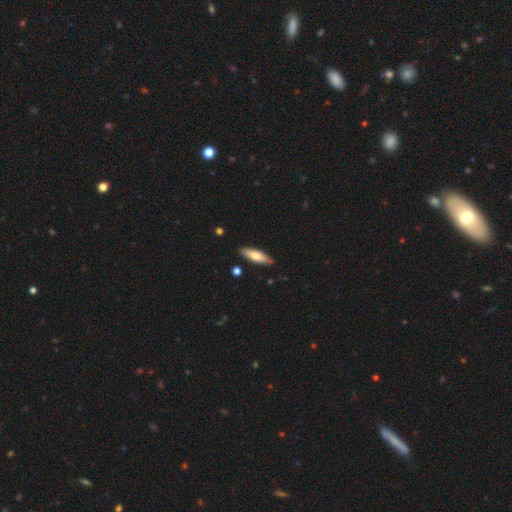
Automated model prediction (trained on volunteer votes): Smooth or featured? Predicted: smooth (p=0.68). How rounded? Predicted: cigar-shaped (p=0.59). Merging? Predicted: none (p=0.88).